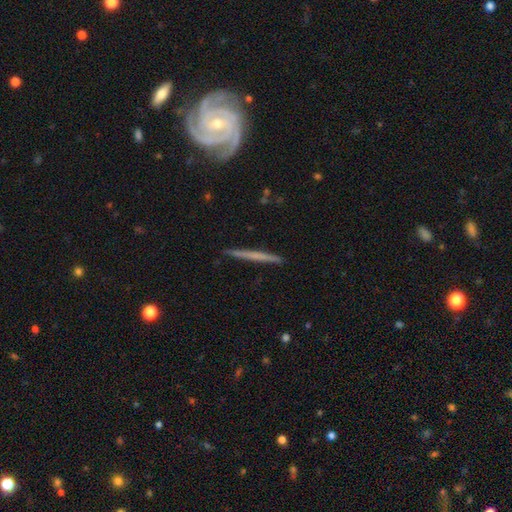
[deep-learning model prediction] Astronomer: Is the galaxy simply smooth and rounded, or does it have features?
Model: featured or disk — 51% (runner-up: smooth, 44%).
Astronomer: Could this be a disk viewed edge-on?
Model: yes — 96%.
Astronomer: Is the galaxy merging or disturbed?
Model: none — 90%.